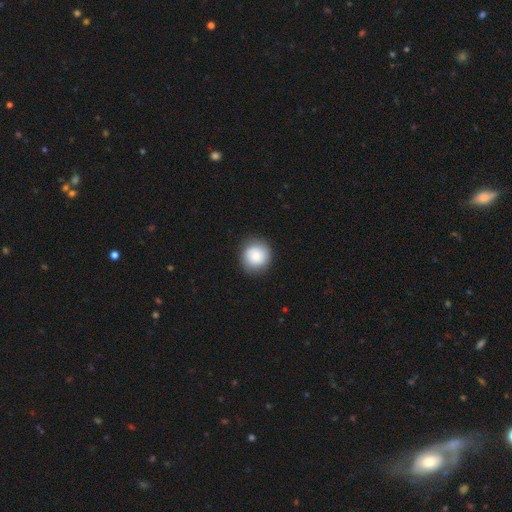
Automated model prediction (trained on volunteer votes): Morphology: type=smooth (81%); roundness=round (92%); merging=none (87%).